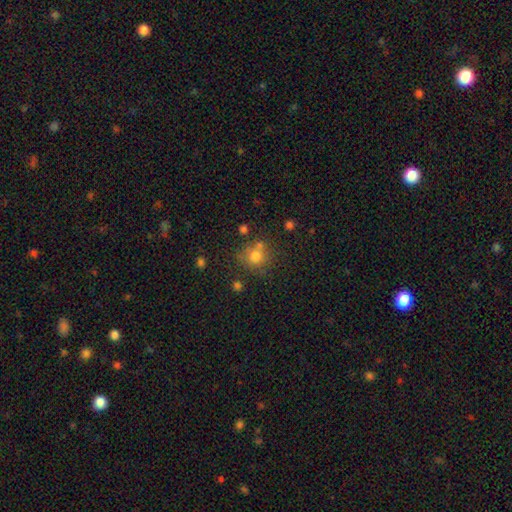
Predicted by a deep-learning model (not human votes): smooth-or-featured: smooth: 74% | star or artifact: 15% | featured or disk: 10%
  how-rounded: round: 86% | in between: 13% | cigar-shaped: 1%
  merging: none: 65% | merger: 18% | minor disturbance: 13% | major disturbance: 5%